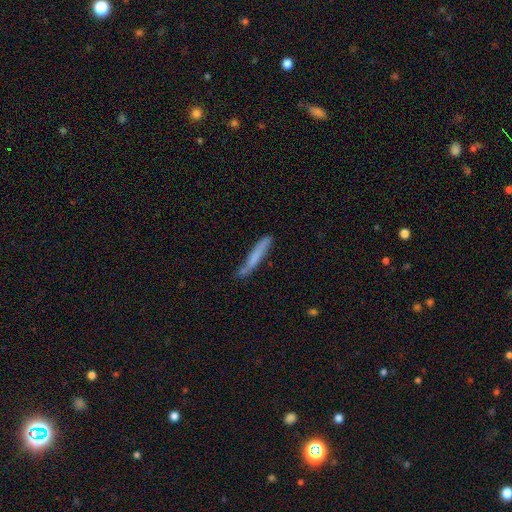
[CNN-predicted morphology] smooth_or_featured: smooth (p=0.66) [alt: featured or disk p=0.27]
how_rounded: cigar-shaped (p=0.95) [alt: in between p=0.04]
merging: none (p=0.64) [alt: minor disturbance p=0.25]